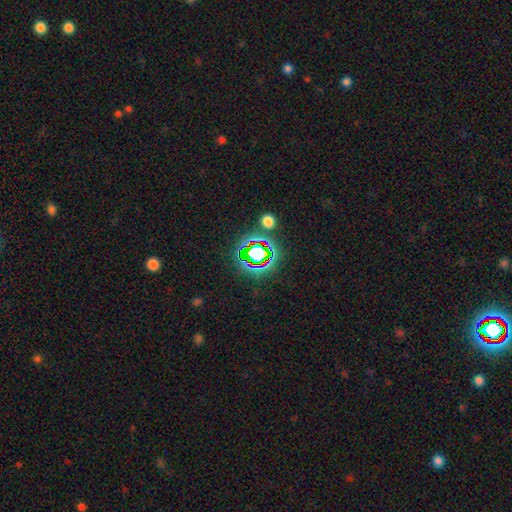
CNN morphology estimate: A star or artifact, not a galaxy (68%).

Vote fractions:
- Smooth or featured? star or artifact: 68% / smooth: 19% / featured or disk: 12%